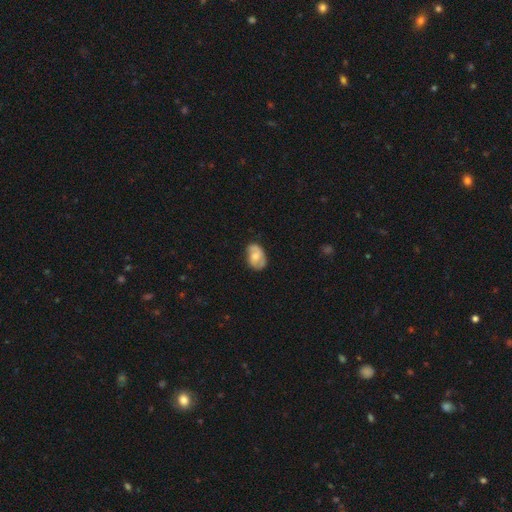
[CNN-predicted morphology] A featured or disk galaxy (53%) with no bar (62%), spiral arms (81%) and a moderate central bulge (49%). Merging: none (66%).